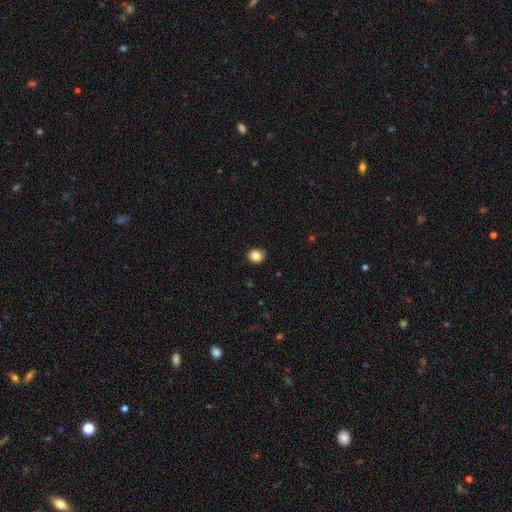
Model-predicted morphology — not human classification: The model was most divided on "how rounded": round: 77%, in between: 22%, cigar-shaped: 1%. More confident: smooth or featured — smooth (85%); merging — none (84%).